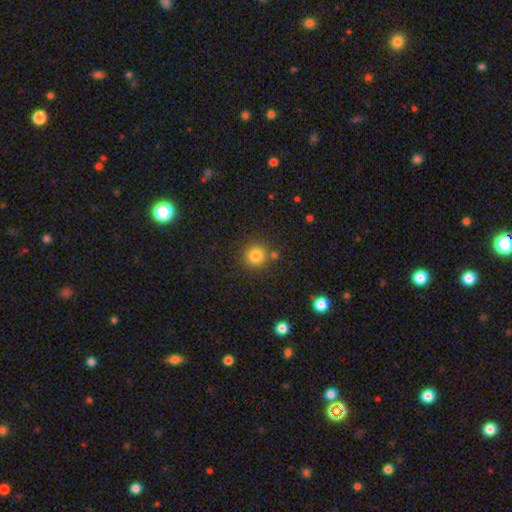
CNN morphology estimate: type=smooth (82%); roundness=round (91%); merging=none (82%).